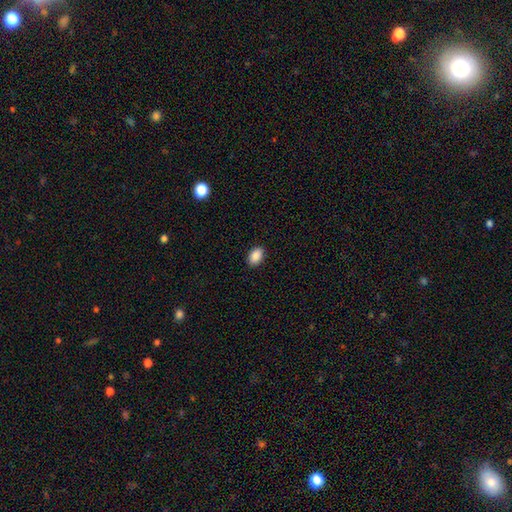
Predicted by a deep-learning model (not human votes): Smooth or featured?
  - smooth: 89% *
  - star or artifact: 8%
  - featured or disk: 3%
How rounded?
  - in between: 89% *
  - round: 10%
  - cigar-shaped: 1%
Merging?
  - none: 89% *
  - minor disturbance: 8%
  - major disturbance: 2%
  - merger: 1%